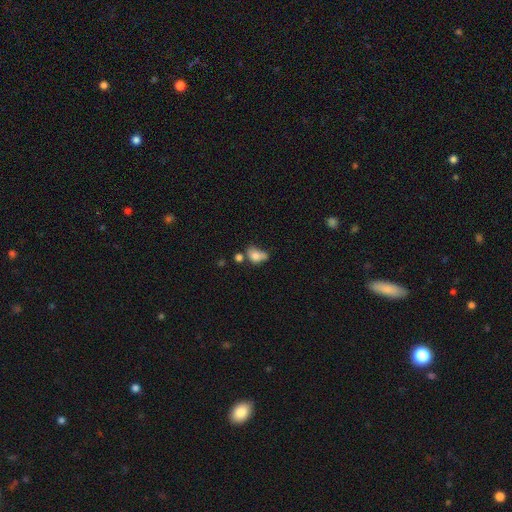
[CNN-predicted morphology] smooth-or-featured: smooth: 72% | featured or disk: 18% | star or artifact: 11%
  how-rounded: in between: 72% | round: 26% | cigar-shaped: 2%
  merging: minor disturbance: 29% | none: 27% | merger: 26% | major disturbance: 19%